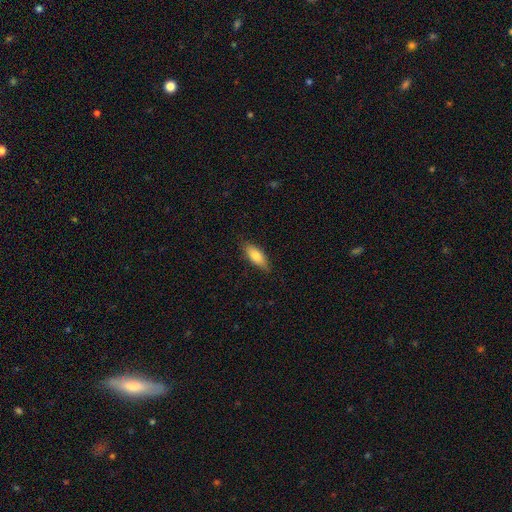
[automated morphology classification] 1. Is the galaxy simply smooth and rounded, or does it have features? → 80% smooth, 13% featured or disk, 6% star or artifact.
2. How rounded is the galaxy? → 71% in between, 27% cigar-shaped, 2% round.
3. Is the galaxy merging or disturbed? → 82% none, 14% minor disturbance, 3% major disturbance, 1% merger.